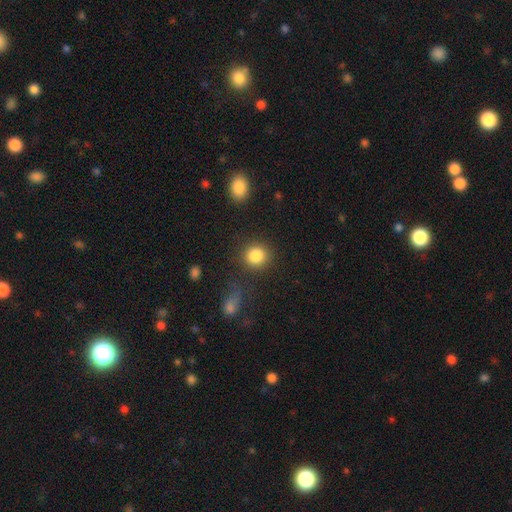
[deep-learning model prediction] smooth_or_featured: smooth (p=0.86) [alt: star or artifact p=0.09]
how_rounded: round (p=0.85) [alt: in between p=0.14]
merging: none (p=0.83) [alt: minor disturbance p=0.09]